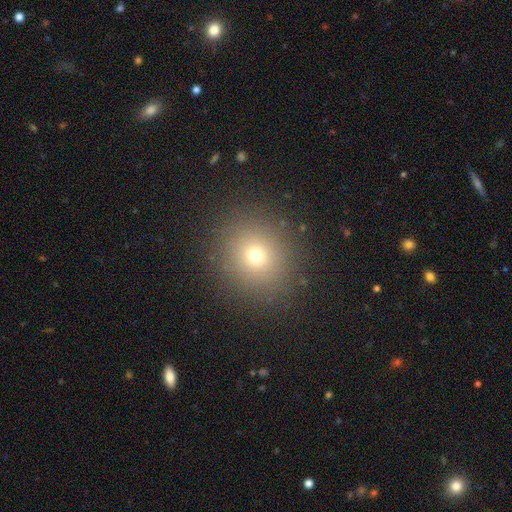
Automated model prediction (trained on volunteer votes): Smooth or featured: smooth — 70% (star or artifact — 20%)
How rounded: round — 87% (in between — 12%)
Merging: none — 89% (minor disturbance — 6%)